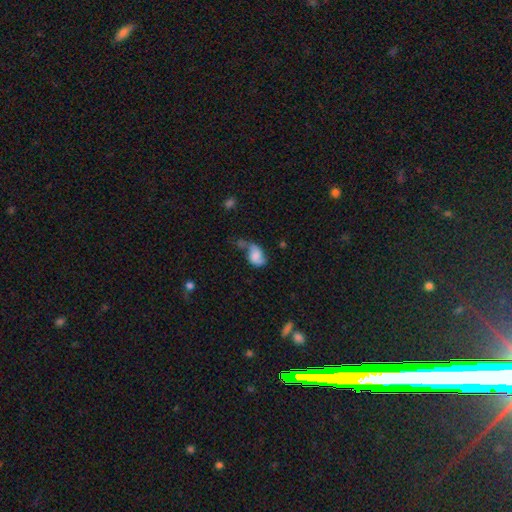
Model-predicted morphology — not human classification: The model was most divided on "merging": none: 29%, minor disturbance: 26%, merger: 23%, major disturbance: 22%. More confident: how rounded — in between (81%); smooth or featured — smooth (57%).